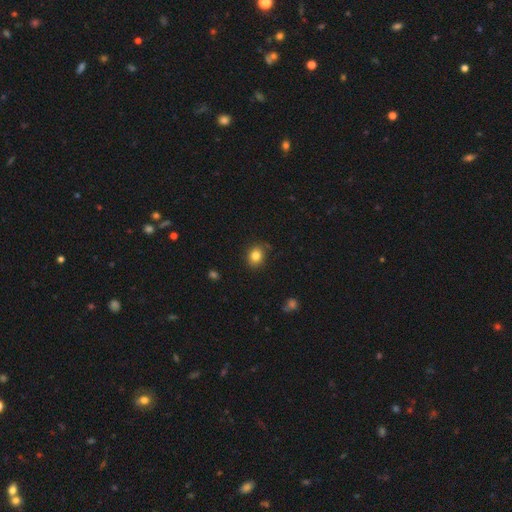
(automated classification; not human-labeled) Smooth or featured? smooth (83%)
How rounded? round (59%)
Merging? none (83%)